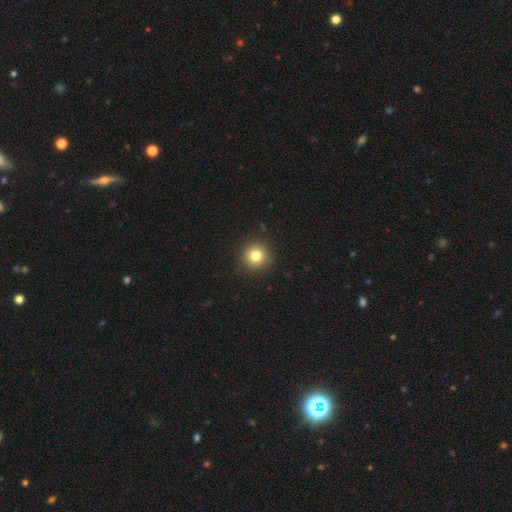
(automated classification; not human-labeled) smooth_or_featured: smooth (p=0.80) [alt: star or artifact p=0.12]
how_rounded: round (p=0.95) [alt: in between p=0.04]
merging: none (p=0.91) [alt: minor disturbance p=0.06]